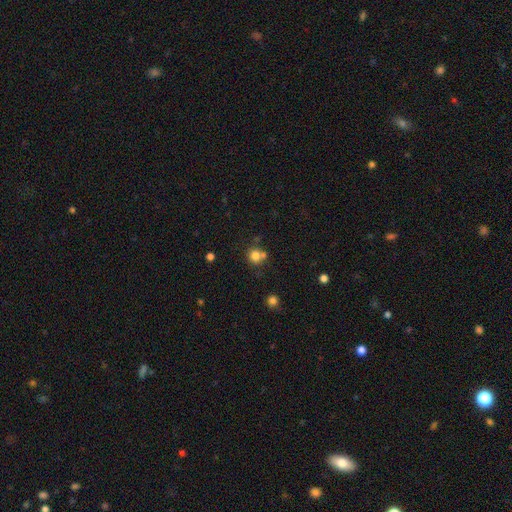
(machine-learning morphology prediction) This appears to be a smooth galaxy with no disk features (79%) that is round (88%). Merging: none (61%).